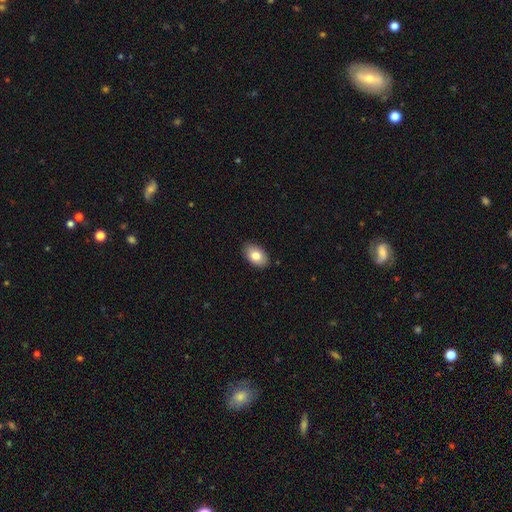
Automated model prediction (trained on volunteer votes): smooth-or-featured: smooth: 81% | featured or disk: 12% | star or artifact: 7%
  how-rounded: in between: 91% | round: 8% | cigar-shaped: 1%
  merging: none: 87% | minor disturbance: 10% | major disturbance: 2% | merger: 1%